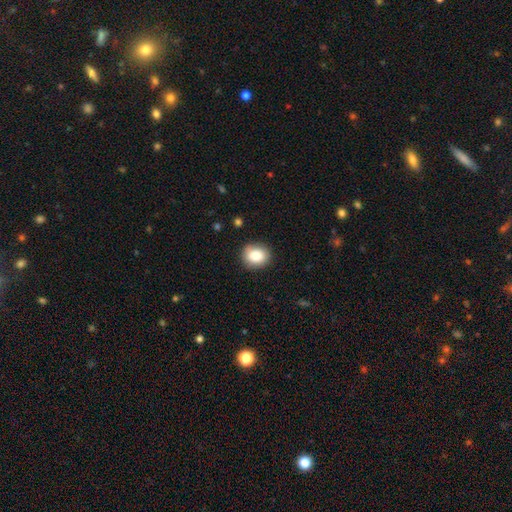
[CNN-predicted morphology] smooth-or-featured: smooth: 82% | featured or disk: 9% | star or artifact: 9%
  how-rounded: round: 72% | in between: 27% | cigar-shaped: 1%
  merging: none: 86% | minor disturbance: 11% | major disturbance: 2% | merger: 1%